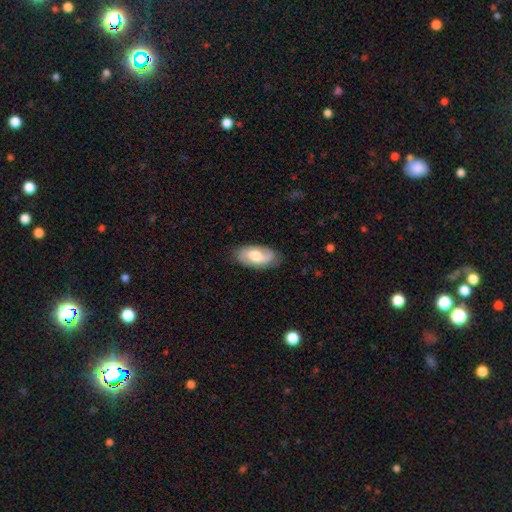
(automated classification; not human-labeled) Smooth or featured? Predicted: featured or disk (p=0.53). Edge-on disk? Predicted: no (p=0.91). Merging? Predicted: none (p=0.78).